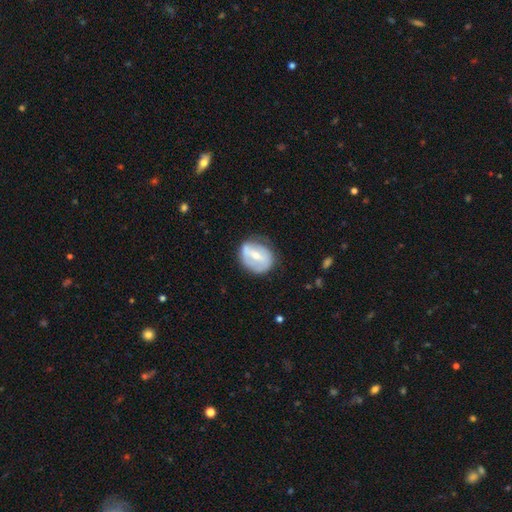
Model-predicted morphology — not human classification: A featured or disk galaxy (58%) with a strong bar (43%), no spiral arms (55%) and a moderate central bulge (48%).

Vote fractions:
- Smooth or featured? featured or disk: 58% / smooth: 36% / star or artifact: 6%
- Edge-on disk? no: 94% / yes: 6%
- Bar? strong: 43% / weak: 38% / no: 19%
- Spiral arms? no: 55% / yes: 45%
- Bulge size? moderate: 48% / small: 46% / large: 2% / none: 2% / dominant: 1%
- Merging? none: 66% / minor disturbance: 23% / major disturbance: 9% / merger: 2%